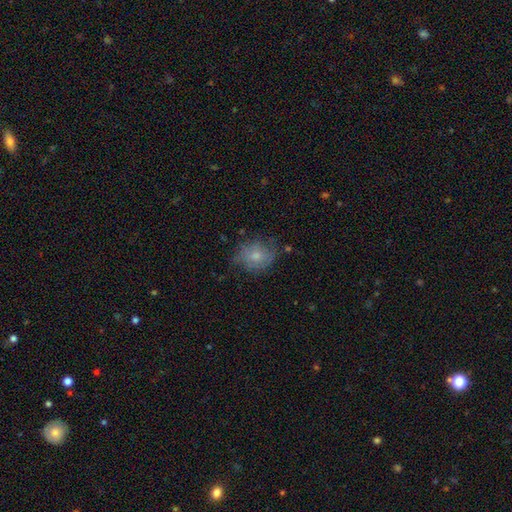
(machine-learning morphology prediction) type=smooth (66%); roundness=round (54%); merging=none (61%).